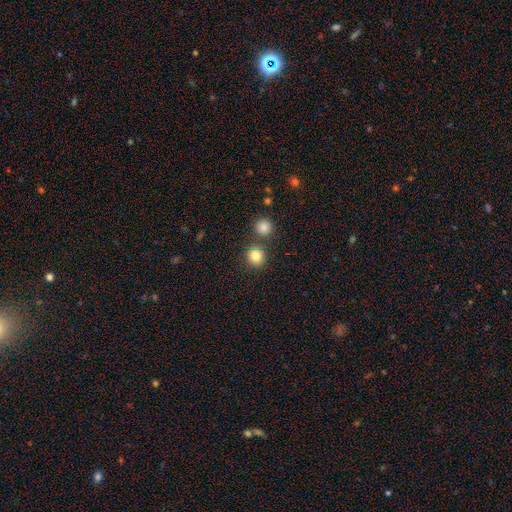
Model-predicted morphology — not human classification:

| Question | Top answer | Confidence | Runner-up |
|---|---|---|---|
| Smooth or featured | smooth | 82% | star or artifact (12%) |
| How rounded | round | 89% | in between (10%) |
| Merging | none | 78% | merger (12%) |